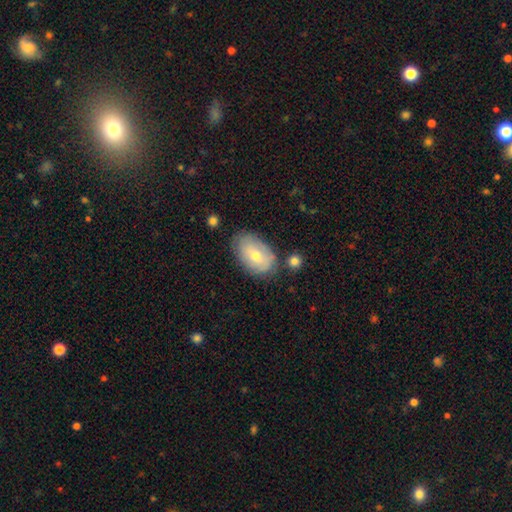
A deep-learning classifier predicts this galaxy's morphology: smooth-or-featured: smooth: 59% | featured or disk: 34% | star or artifact: 7%
  how-rounded: in between: 89% | round: 10% | cigar-shaped: 1%
  merging: none: 68% | minor disturbance: 22% | major disturbance: 5% | merger: 5%